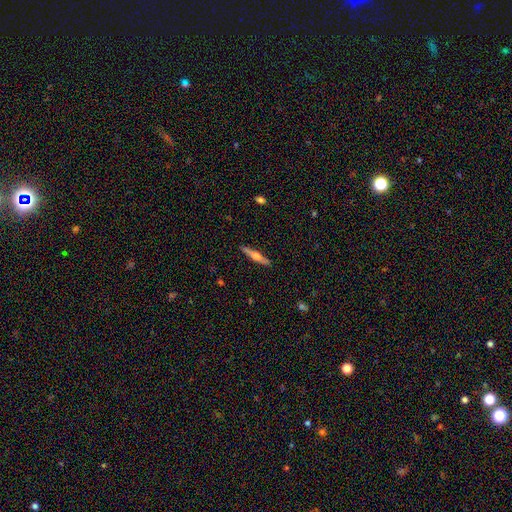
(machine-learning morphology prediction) A featured or disk galaxy (58%) viewed edge-on (97%) with a rounded central bulge (83%). Merging: none (90%).